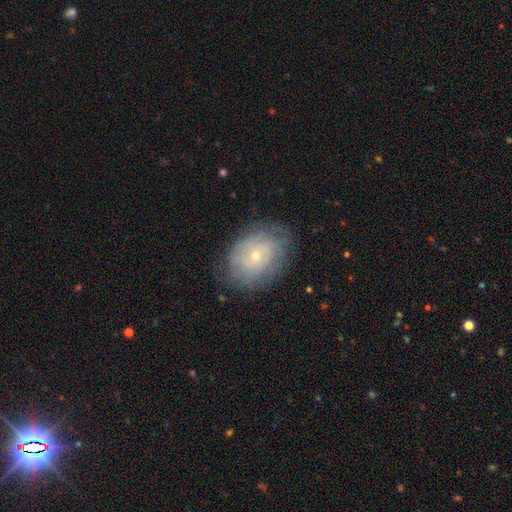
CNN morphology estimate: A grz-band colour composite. It shows a featured or disk galaxy (52%). Merging: none (74%).